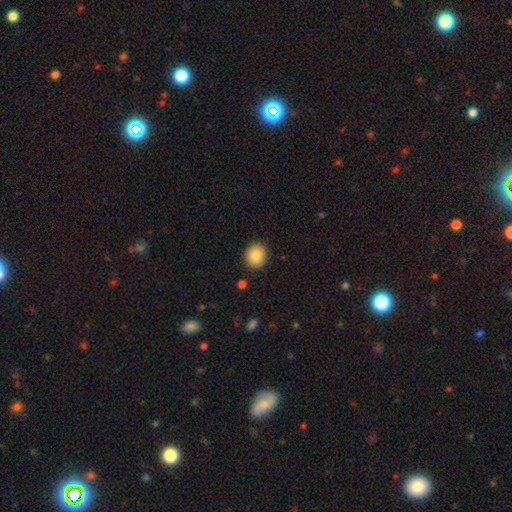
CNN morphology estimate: A smooth galaxy with no disk features (87%) that is round (77%).

Vote fractions:
- Smooth or featured? smooth: 87% / star or artifact: 8% / featured or disk: 5%
- How rounded? round: 77% / in between: 22% / cigar-shaped: 1%
- Merging? none: 90% / minor disturbance: 7% / major disturbance: 2% / merger: 1%